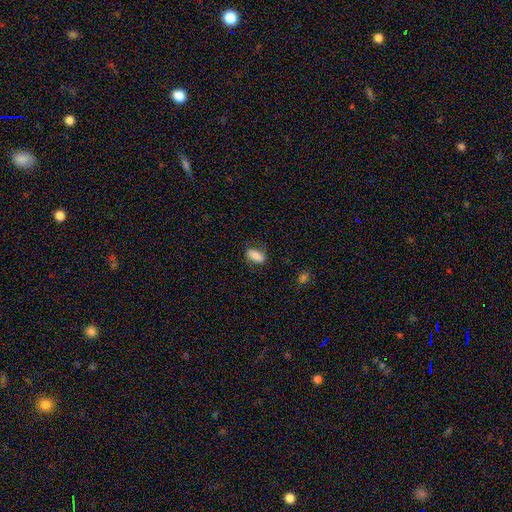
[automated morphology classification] Smooth or featured: smooth — 80% (featured or disk — 12%)
How rounded: in between — 85% (cigar-shaped — 10%)
Merging: none — 72% (minor disturbance — 20%)